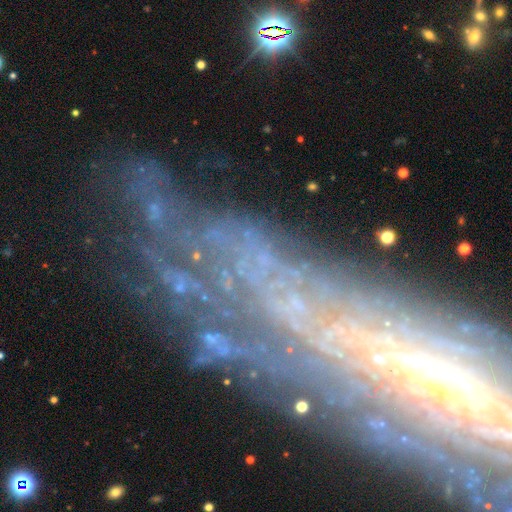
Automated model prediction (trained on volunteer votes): featured or disk 59%, star or artifact 27%, smooth 14%. Down the decision tree: edge-on disk — no (86%); bar — no (67%); spiral arms — yes (70%); bulge size — small (44%); merging — none (57%).